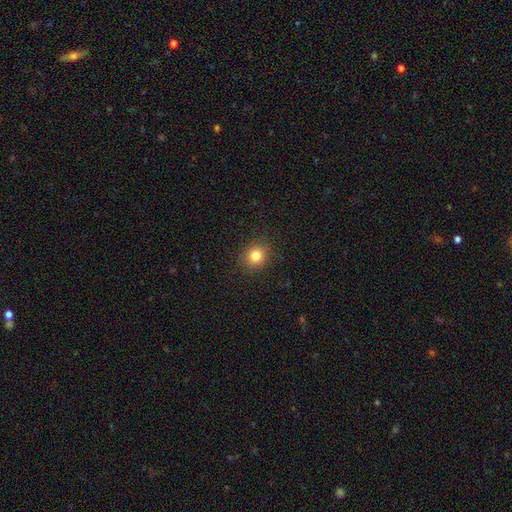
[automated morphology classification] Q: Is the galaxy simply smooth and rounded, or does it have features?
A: smooth — 82%.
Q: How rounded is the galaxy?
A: round — 85%.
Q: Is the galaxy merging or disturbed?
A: none — 90%.